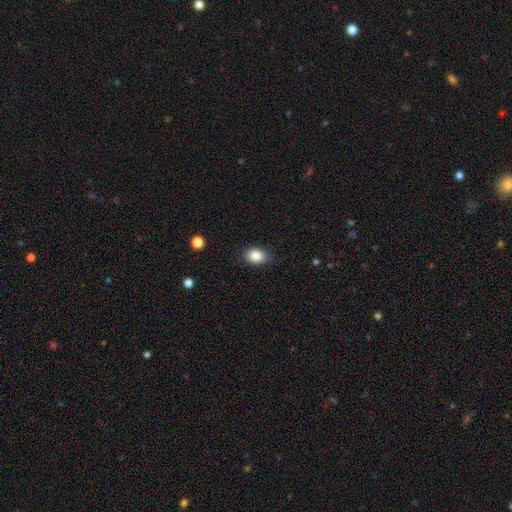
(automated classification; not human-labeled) Morphology: type=smooth (86%); roundness=in between (76%); merging=none (85%).